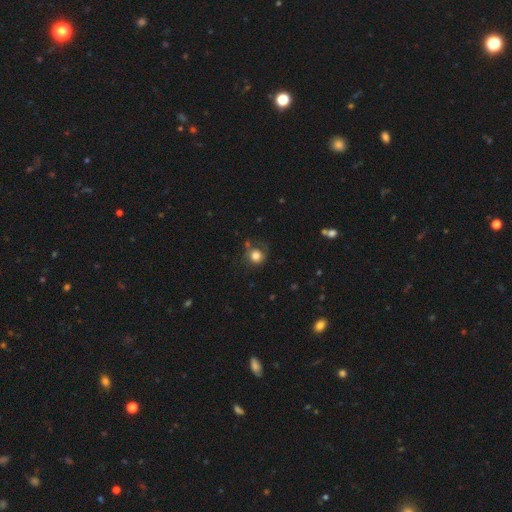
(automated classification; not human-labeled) Overall: smooth (81%). How rounded: round (87%). Merging: none (62%).